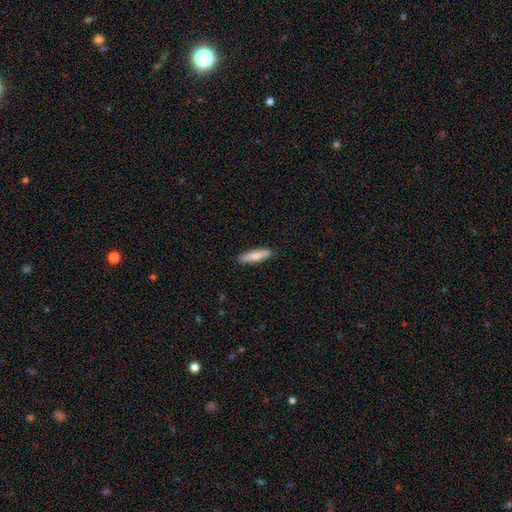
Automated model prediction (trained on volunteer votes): Smooth or featured: smooth — 79% (featured or disk — 16%)
How rounded: cigar-shaped — 78% (in between — 21%)
Merging: none — 90% (minor disturbance — 8%)